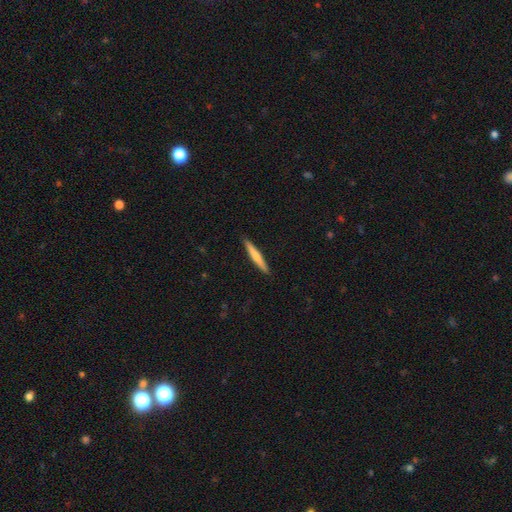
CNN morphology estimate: smooth 61%, featured or disk 33%, star or artifact 5%. Down the decision tree: how rounded — cigar-shaped (95%); merging — none (91%).